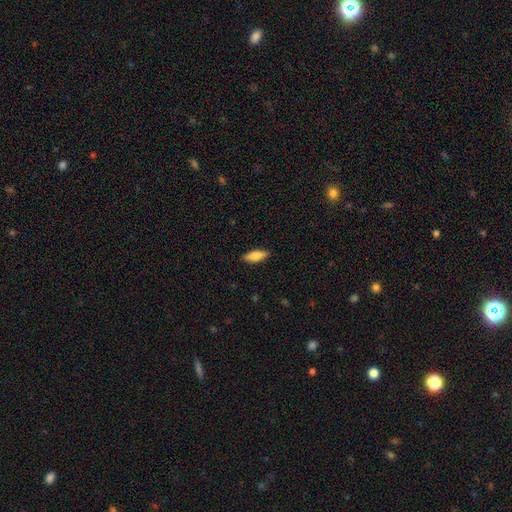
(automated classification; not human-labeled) smooth-or-featured: smooth: 77% | featured or disk: 17% | star or artifact: 6%
  how-rounded: in between: 66% | cigar-shaped: 32% | round: 2%
  merging: none: 87% | minor disturbance: 9% | major disturbance: 2% | merger: 1%